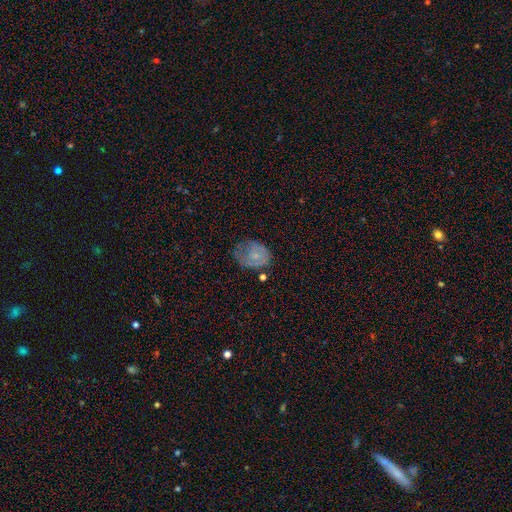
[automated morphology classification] This is likely a smooth galaxy (61%). How rounded: possibly in between (53%). Merging: marginally minor disturbance (36%).